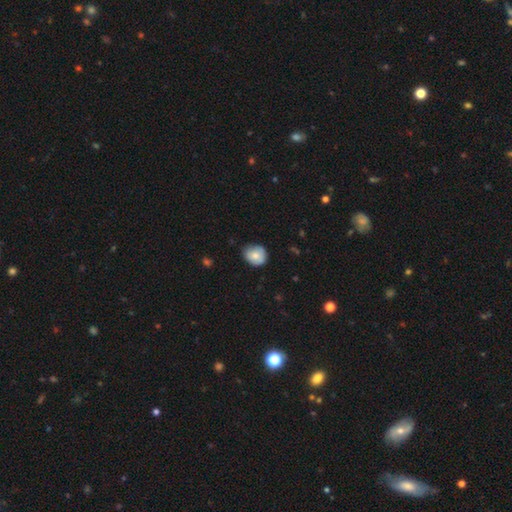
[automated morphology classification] This appears to be a smooth galaxy with no disk features (76%) that is round (68%). Merging: none (68%).